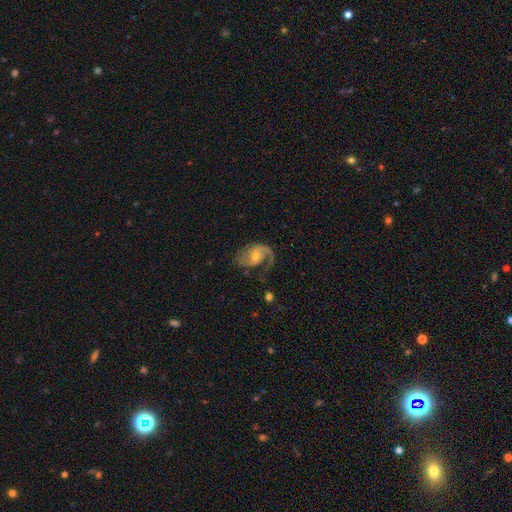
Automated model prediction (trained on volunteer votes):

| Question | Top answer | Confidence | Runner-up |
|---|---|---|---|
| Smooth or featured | featured or disk | 81% | smooth (13%) |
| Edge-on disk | no | 97% | yes (3%) |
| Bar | no | 52% | weak (39%) |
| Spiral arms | yes | 94% | no (6%) |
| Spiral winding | medium | 44% | loose (39%) |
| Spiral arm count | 2 | 54% | 1 (39%) |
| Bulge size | small | 47% | tied: moderate (47%) |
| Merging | none | 49% | major disturbance (27%) |